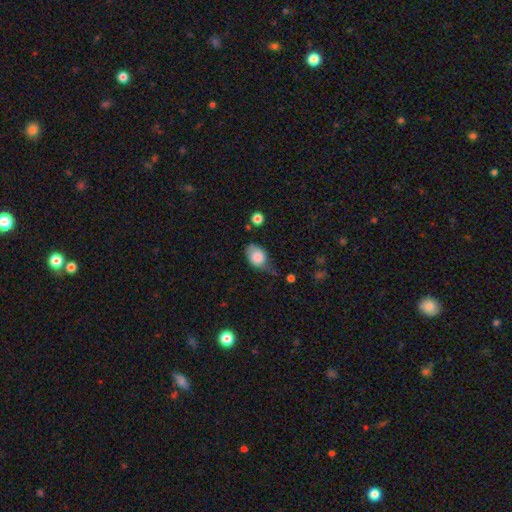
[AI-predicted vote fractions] This appears to be a smooth galaxy with no disk features (81%) that is in between round and cigar-shaped (77%). Merging: minor disturbance (42%).